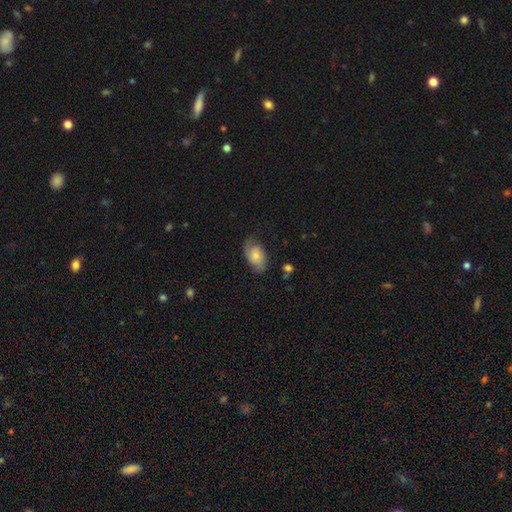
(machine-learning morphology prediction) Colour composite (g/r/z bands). It shows a smooth galaxy with no disk features (58%) that is in between round and cigar-shaped (90%). Merging: none (60%).